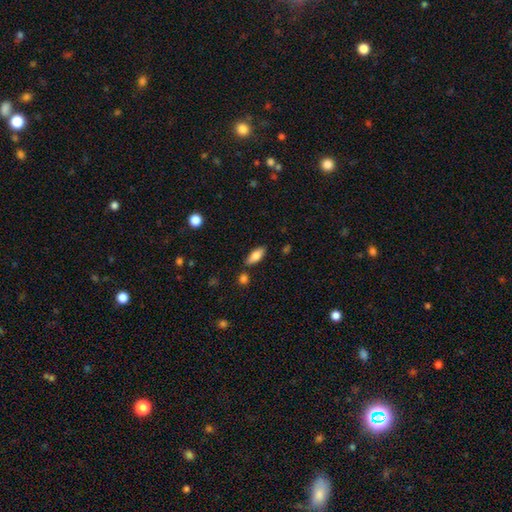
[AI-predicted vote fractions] Q: Smooth or featured?
A: smooth (75%); runner-up: featured or disk (18%)
Q: How rounded?
A: in between (78%); runner-up: cigar-shaped (20%)
Q: Merging?
A: none (81%); runner-up: minor disturbance (12%)